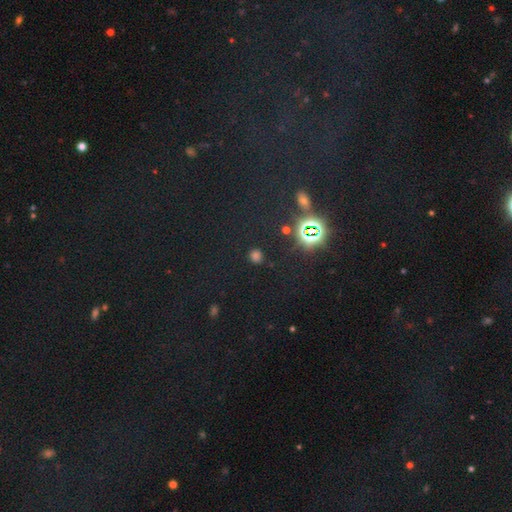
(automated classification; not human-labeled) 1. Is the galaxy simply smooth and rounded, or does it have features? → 52% smooth, 43% star or artifact, 6% featured or disk.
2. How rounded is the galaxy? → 82% round, 16% in between, 2% cigar-shaped.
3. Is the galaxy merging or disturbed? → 84% none, 8% minor disturbance, 4% major disturbance, 3% merger.